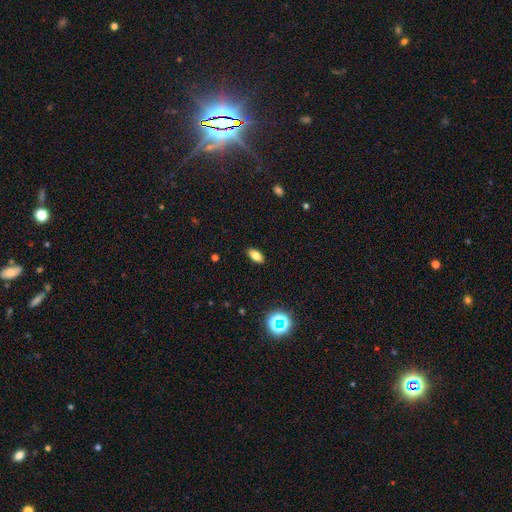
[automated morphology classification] This is clearly a smooth galaxy (81%). How rounded: clearly in between (87%). Merging: clearly none (89%).